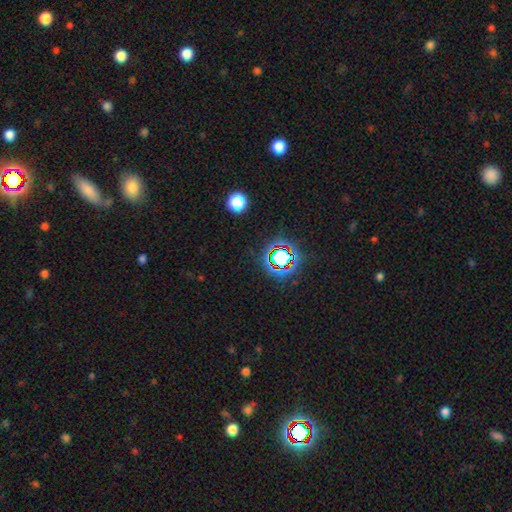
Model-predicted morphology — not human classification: Smooth or featured: star or artifact — 74% (smooth — 18%)